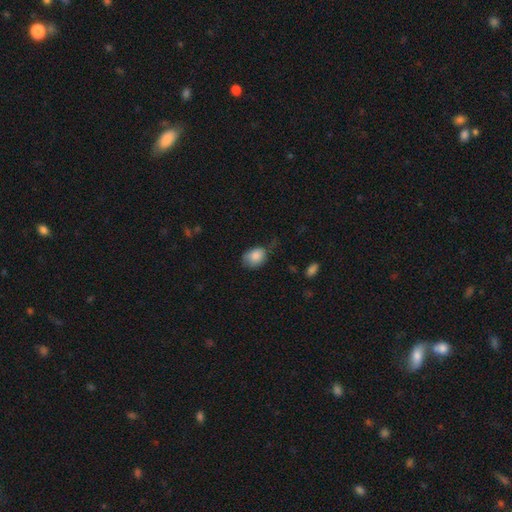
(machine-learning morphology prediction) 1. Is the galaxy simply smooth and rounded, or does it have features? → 84% smooth, 8% star or artifact, 8% featured or disk.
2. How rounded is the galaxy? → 62% in between, 37% round, 1% cigar-shaped.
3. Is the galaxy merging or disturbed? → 41% none, 40% minor disturbance, 17% major disturbance, 3% merger.